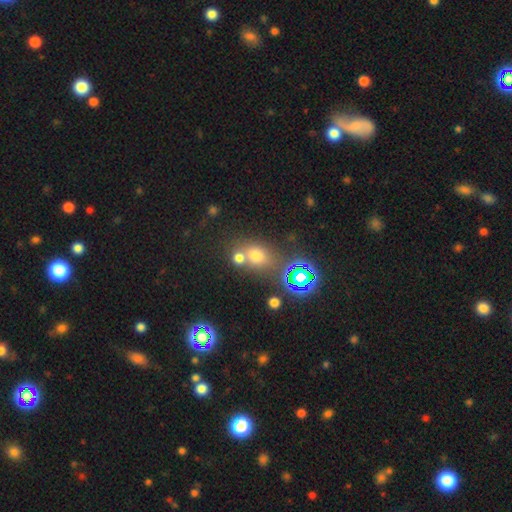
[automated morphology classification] smooth_or_featured: smooth (p=0.59) [alt: star or artifact p=0.29]
how_rounded: round (p=0.59) [alt: in between p=0.39]
merging: none (p=0.51) [alt: merger p=0.34]